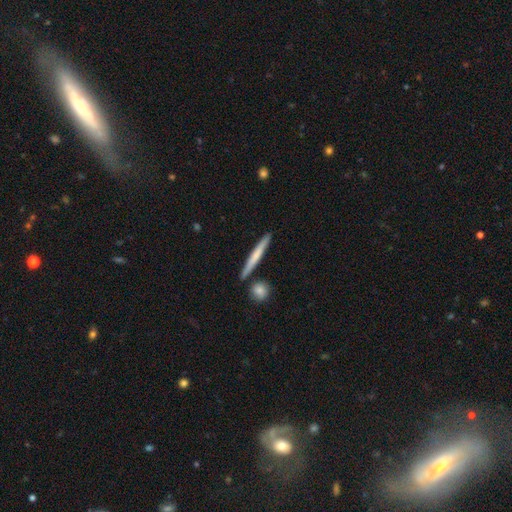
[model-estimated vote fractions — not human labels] Q: Smooth or featured?
A: smooth (61%); runner-up: featured or disk (34%)
Q: How rounded?
A: cigar-shaped (95%); runner-up: in between (3%)
Q: Merging?
A: none (85%); runner-up: minor disturbance (8%)